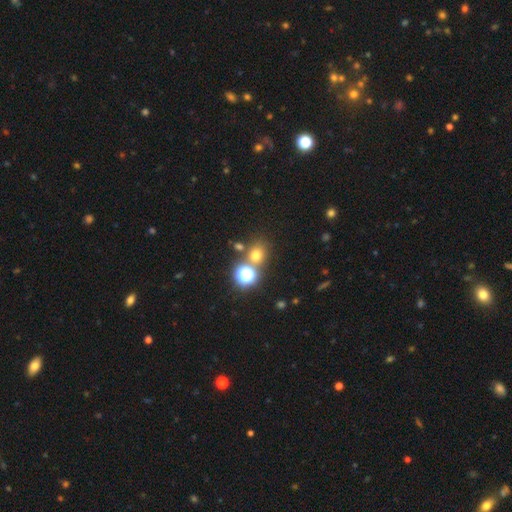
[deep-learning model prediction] Morphology: type=smooth (65%); roundness=round (77%); merging=none (68%).